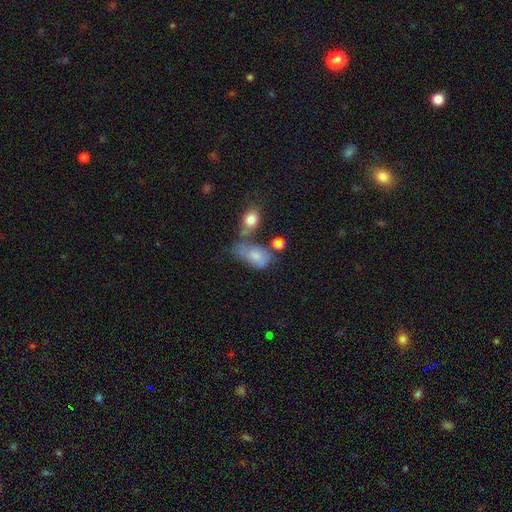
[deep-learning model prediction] smooth_or_featured: smooth (p=0.68) [alt: featured or disk p=0.21]
how_rounded: in between (p=0.87) [alt: round p=0.10]
merging: merger (p=0.28) [alt: none p=0.25]